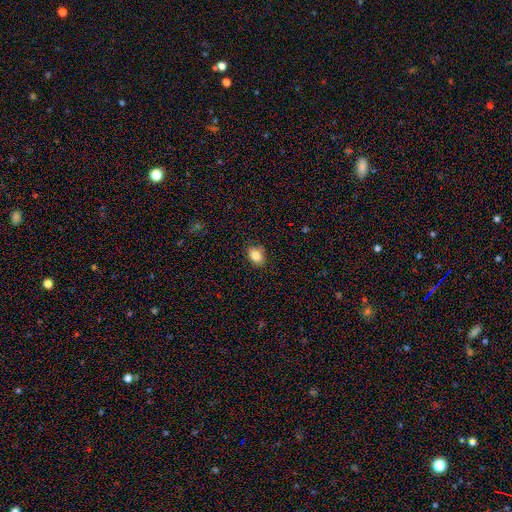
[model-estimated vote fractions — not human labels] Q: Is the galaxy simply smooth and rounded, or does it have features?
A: smooth — 84%.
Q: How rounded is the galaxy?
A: in between — 76%.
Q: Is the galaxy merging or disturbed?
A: none — 85%.